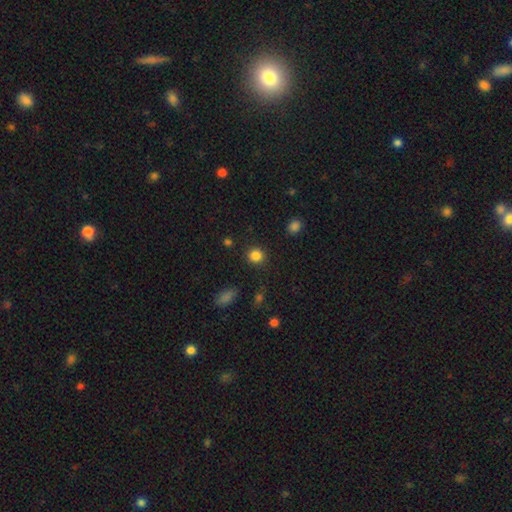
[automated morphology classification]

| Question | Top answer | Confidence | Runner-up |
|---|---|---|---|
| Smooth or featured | smooth | 85% | star or artifact (11%) |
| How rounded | round | 89% | in between (10%) |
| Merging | none | 90% | minor disturbance (6%) |